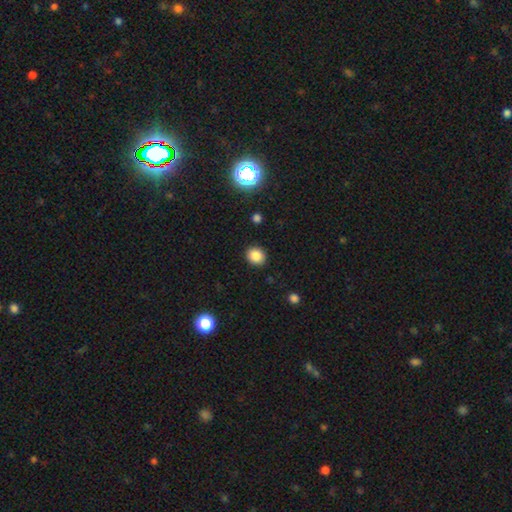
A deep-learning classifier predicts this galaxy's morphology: Q: Smooth or featured?
A: smooth (84%); runner-up: star or artifact (11%)
Q: How rounded?
A: round (74%); runner-up: in between (25%)
Q: Merging?
A: none (90%); runner-up: minor disturbance (7%)